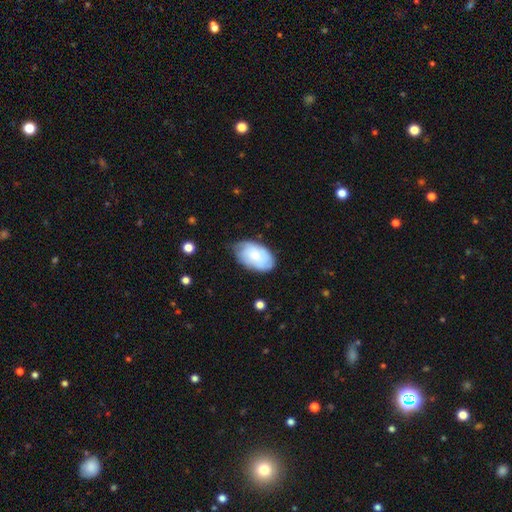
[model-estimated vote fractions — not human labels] This is likely a smooth galaxy (61%). How rounded: clearly in between (92%). Merging: likely none (61%).